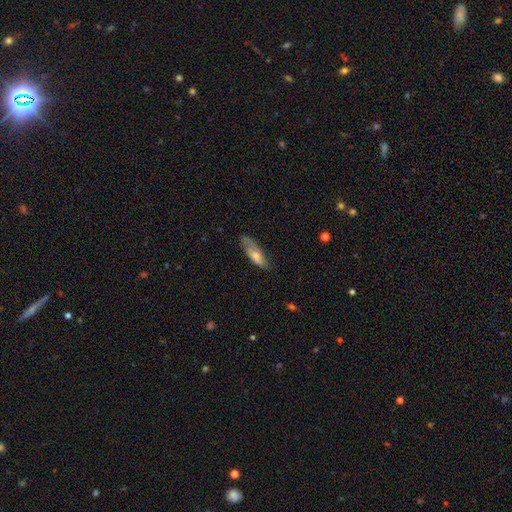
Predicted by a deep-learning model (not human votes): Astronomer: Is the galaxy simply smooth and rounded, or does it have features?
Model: smooth — 55% (runner-up: featured or disk, 38%).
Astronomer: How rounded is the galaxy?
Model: in between — 52% (runner-up: cigar-shaped, 46%).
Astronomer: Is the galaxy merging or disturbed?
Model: none — 69%.